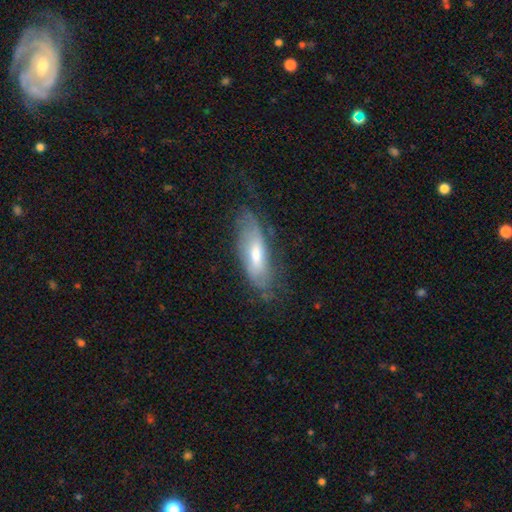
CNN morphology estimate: The model was most divided on "smooth or featured": smooth: 48%, featured or disk: 45%, star or artifact: 7%. More confident: merging — none (58%).